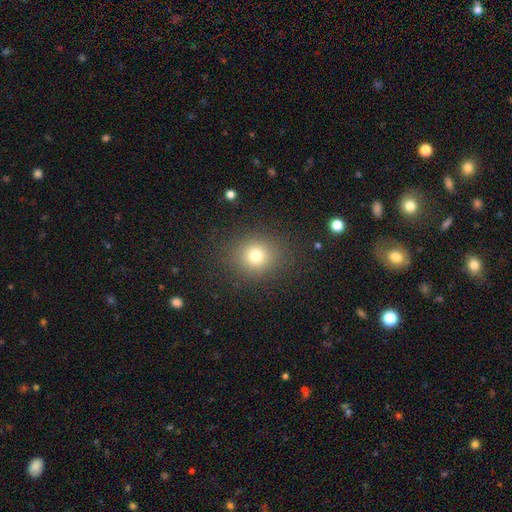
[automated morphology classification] This is likely a smooth galaxy (75%). How rounded: clearly round (83%). Merging: clearly none (86%).